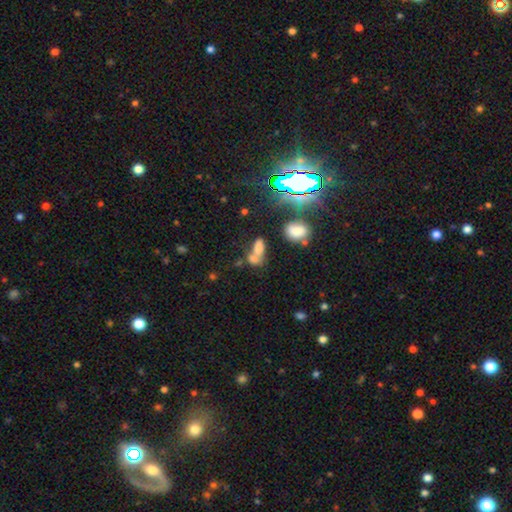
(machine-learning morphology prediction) Smooth or featured?
  - smooth: 65% *
  - star or artifact: 20%
  - featured or disk: 15%
How rounded?
  - in between: 77% *
  - round: 16%
  - cigar-shaped: 7%
Merging?
  - merger: 60% *
  - none: 25%
  - minor disturbance: 9%
  - major disturbance: 7%